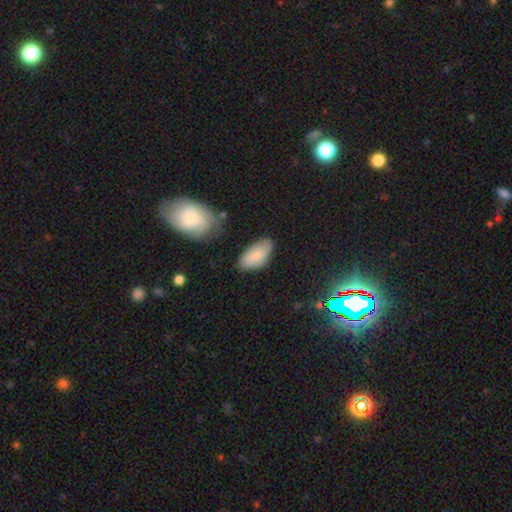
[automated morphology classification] smooth 72%, featured or disk 21%, star or artifact 7%. Down the decision tree: how rounded — in between (93%); merging — none (67%).